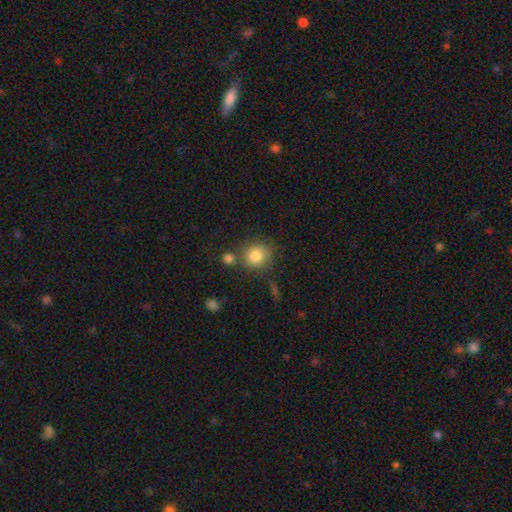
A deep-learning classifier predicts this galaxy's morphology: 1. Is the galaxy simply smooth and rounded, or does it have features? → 82% smooth, 10% star or artifact, 8% featured or disk.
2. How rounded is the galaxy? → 87% round, 12% in between, 1% cigar-shaped.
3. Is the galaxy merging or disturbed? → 72% none, 12% minor disturbance, 12% merger, 4% major disturbance.